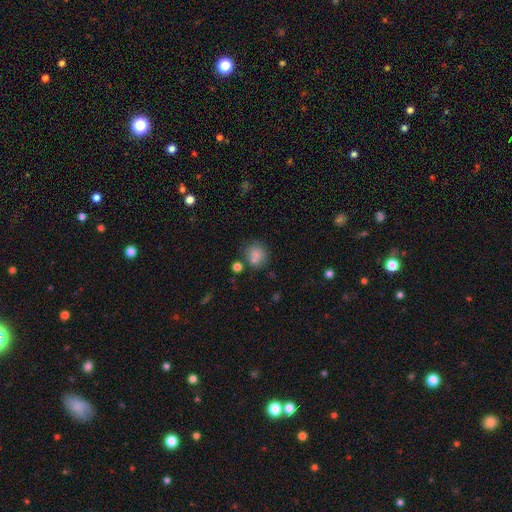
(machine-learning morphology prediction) Smooth or featured? Predicted: smooth (p=0.78). How rounded? Predicted: round (p=0.83). Merging? Predicted: none (p=0.65).